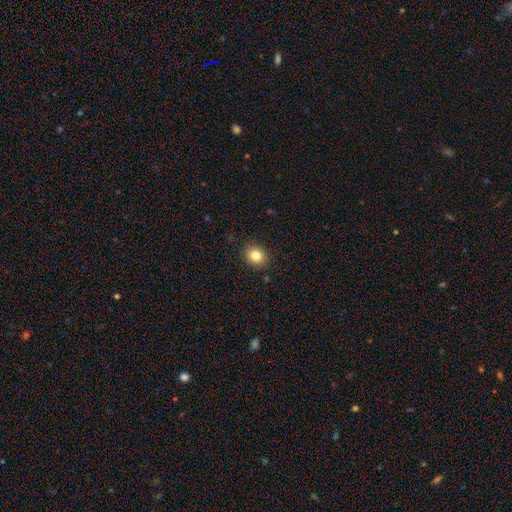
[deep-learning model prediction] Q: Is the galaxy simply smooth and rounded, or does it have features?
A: smooth — 83%.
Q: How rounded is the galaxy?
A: round — 62%.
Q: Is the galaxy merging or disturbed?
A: none — 89%.